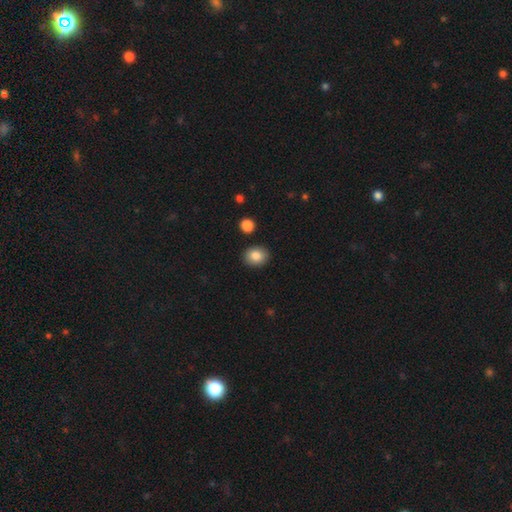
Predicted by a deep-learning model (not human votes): The model was most divided on "how rounded": round: 51%, in between: 48%, cigar-shaped: 1%. More confident: merging — none (89%); smooth or featured — smooth (85%).